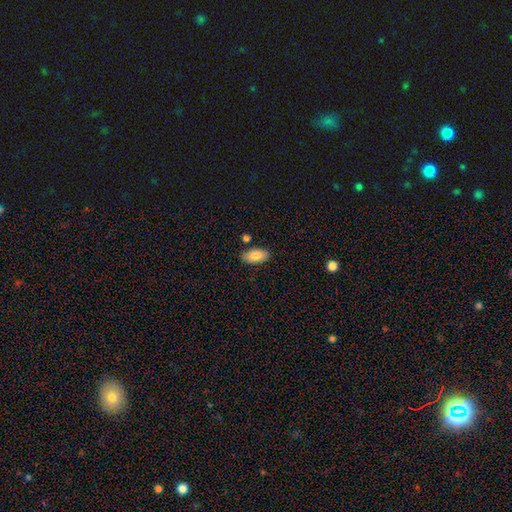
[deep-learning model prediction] Q: Smooth or featured?
A: smooth (85%); runner-up: featured or disk (8%)
Q: How rounded?
A: in between (93%); runner-up: cigar-shaped (4%)
Q: Merging?
A: none (82%); runner-up: minor disturbance (11%)